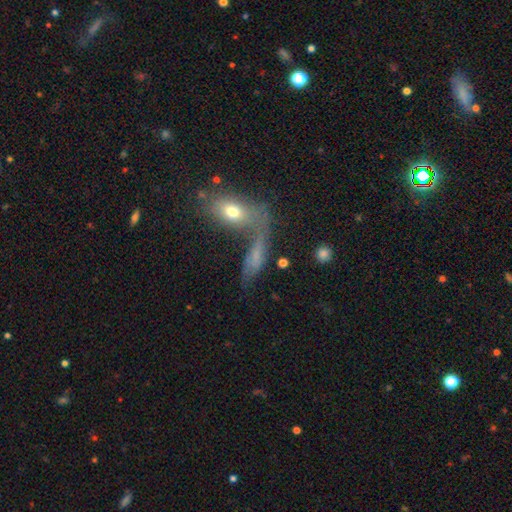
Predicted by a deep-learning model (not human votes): smooth_or_featured: smooth (p=0.47) [alt: featured or disk p=0.39]
merging: none (p=0.37) [alt: merger p=0.31]